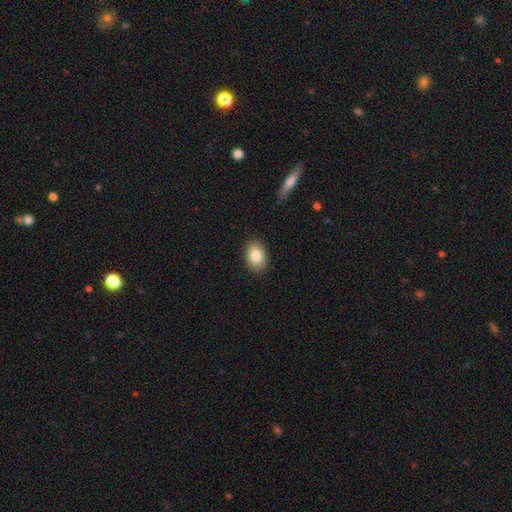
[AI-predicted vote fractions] This is clearly a smooth galaxy (86%). How rounded: clearly in between (84%). Merging: clearly none (87%).